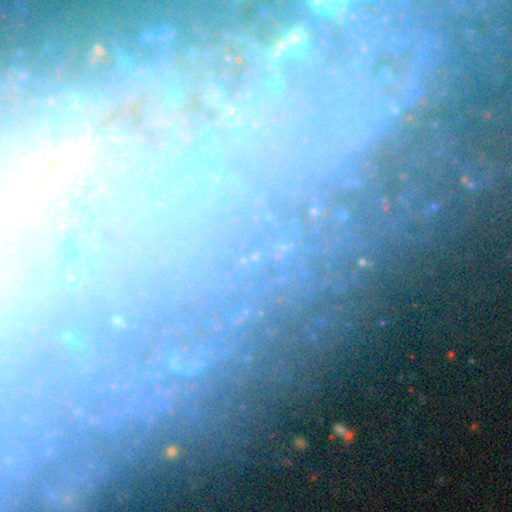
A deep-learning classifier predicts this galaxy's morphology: Overall: star or artifact (55%; featured or disk 28%).